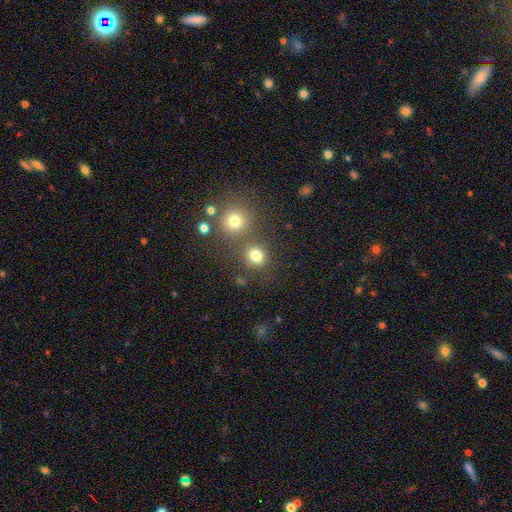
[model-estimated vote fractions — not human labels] Smooth or featured: smooth — 78% (star or artifact — 16%)
How rounded: round — 79% (in between — 20%)
Merging: none — 70% (merger — 16%)